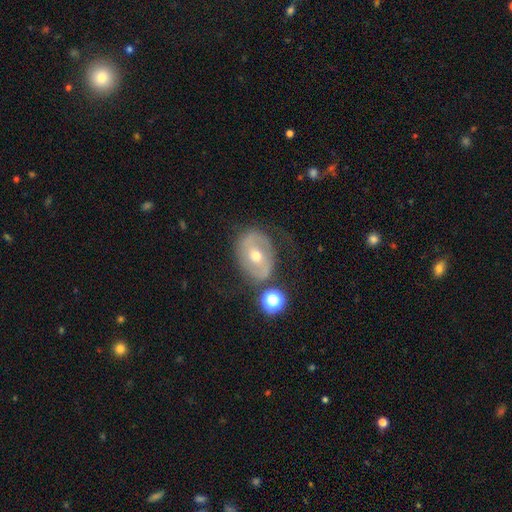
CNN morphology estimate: Q: Smooth or featured?
A: featured or disk (62%); runner-up: smooth (29%)
Q: Edge-on disk?
A: no (94%); runner-up: yes (6%)
Q: Bar?
A: no (39%); runner-up: weak (35%)
Q: Spiral arms?
A: yes (52%); runner-up: no (48%)
Q: Bulge size?
A: moderate (71%); runner-up: small (24%)
Q: Merging?
A: none (63%); runner-up: minor disturbance (20%)